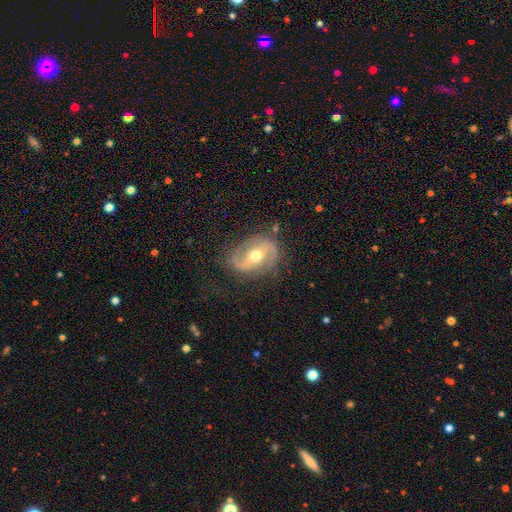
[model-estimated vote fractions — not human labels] Smooth or featured?
  - featured or disk: 82% *
  - smooth: 12%
  - star or artifact: 6%
Edge-on disk?
  - no: 96% *
  - yes: 4%
Bar?
  - weak: 39% *
  - strong: 35%
  - no: 26%
Spiral arms?
  - yes: 89% *
  - no: 11%
Spiral winding?
  - medium: 44% *
  - loose: 28%
  - tight: 28%
Spiral arm count?
  - 2: 84% *
  - can't tell: 7%
  - 1: 4%
  - 3: 2%
  - 4: 1%
  - more than 4: 1%
Bulge size?
  - moderate: 69% *
  - small: 25%
  - large: 4%
  - dominant: 1%
  - none: 1%
Merging?
  - none: 71% *
  - minor disturbance: 18%
  - major disturbance: 9%
  - merger: 1%